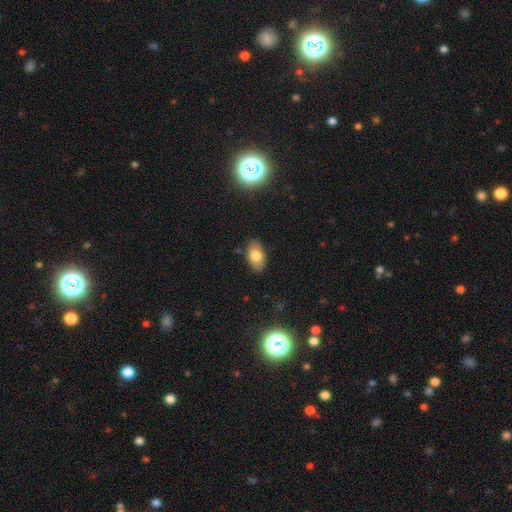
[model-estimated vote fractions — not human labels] Smooth or featured? smooth (79%)
How rounded? in between (92%)
Merging? none (84%)